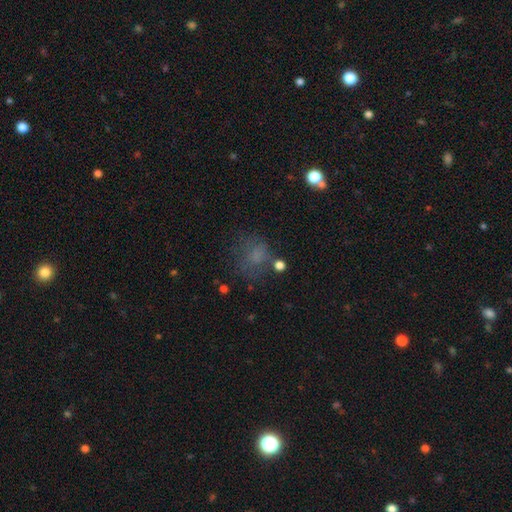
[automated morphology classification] Q: Smooth or featured?
A: smooth (60%); runner-up: star or artifact (21%)
Q: How rounded?
A: round (62%); runner-up: in between (37%)
Q: Merging?
A: none (55%); runner-up: major disturbance (20%)